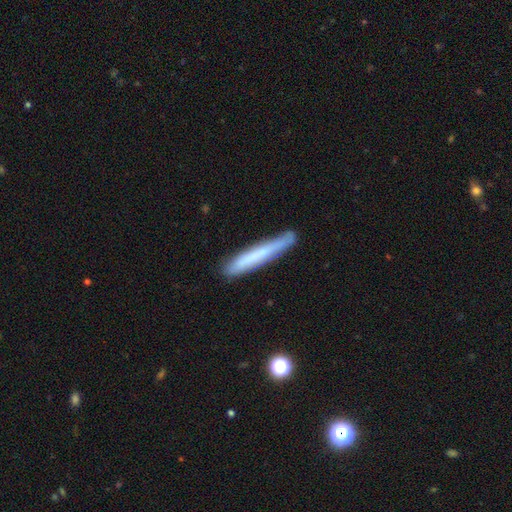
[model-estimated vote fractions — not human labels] Overall: smooth (61%; featured or disk 32%). How rounded: cigar-shaped (96%). Merging: none (82%).